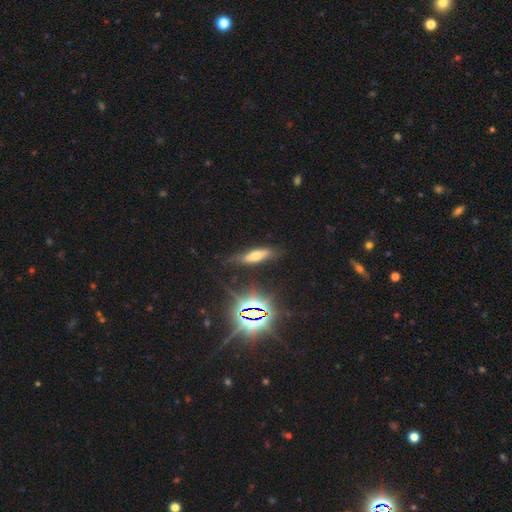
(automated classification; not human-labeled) Smooth or featured? Predicted: smooth (p=0.50). How rounded? Predicted: cigar-shaped (p=0.54). Merging? Predicted: none (p=0.71).